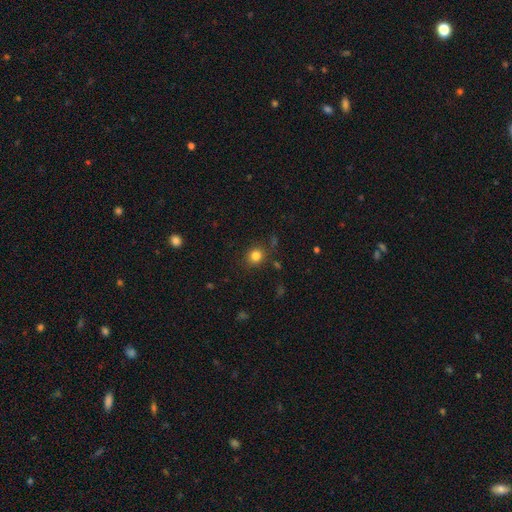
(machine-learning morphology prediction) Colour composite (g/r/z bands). It shows a smooth galaxy with no disk features (83%) that is round (81%). Merging: none (84%).